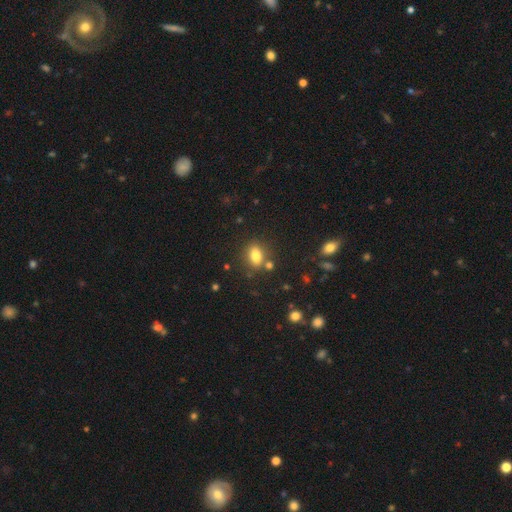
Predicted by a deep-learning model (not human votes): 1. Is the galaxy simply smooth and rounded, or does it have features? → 81% smooth, 10% star or artifact, 9% featured or disk.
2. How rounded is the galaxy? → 78% in between, 19% round, 3% cigar-shaped.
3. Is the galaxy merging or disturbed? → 74% none, 12% minor disturbance, 11% merger, 4% major disturbance.